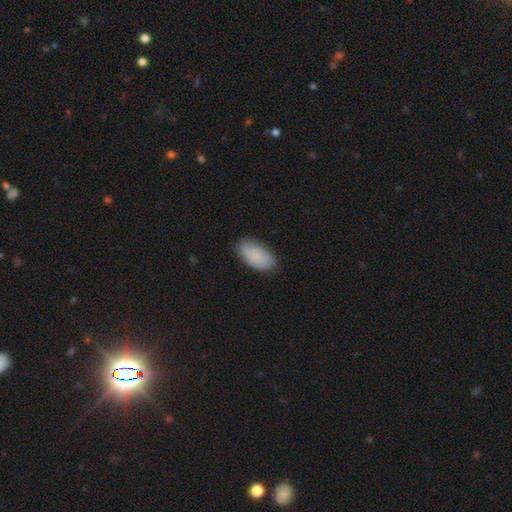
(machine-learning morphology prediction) Overall: smooth (84%). How rounded: in between (95%). Merging: none (82%).